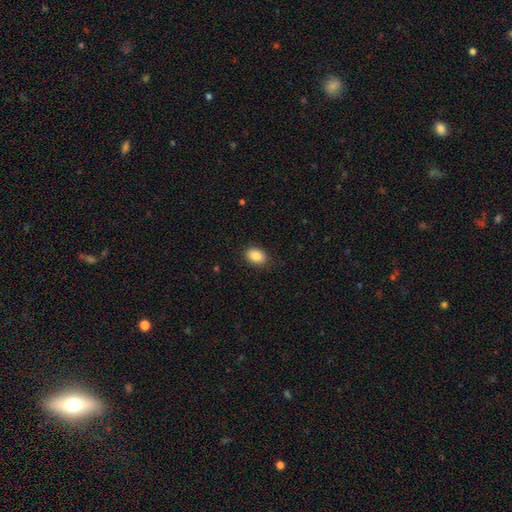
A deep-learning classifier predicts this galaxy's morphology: smooth 88%, star or artifact 8%, featured or disk 4%. Down the decision tree: how rounded — in between (82%); merging — none (86%).